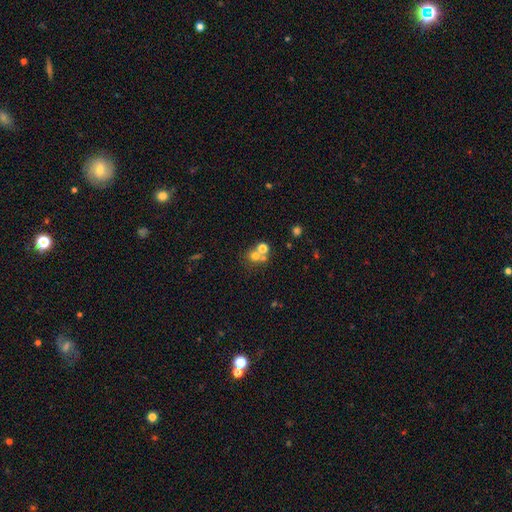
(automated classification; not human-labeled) smooth_or_featured: smooth (p=0.63) [alt: star or artifact p=0.19]
how_rounded: round (p=0.81) [alt: in between p=0.18]
merging: merger (p=0.46) [alt: none p=0.44]